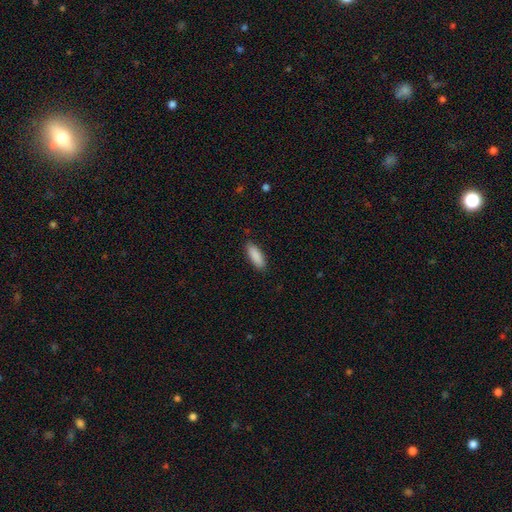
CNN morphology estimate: This is clearly a smooth galaxy (89%). How rounded: likely in between (63%). Merging: clearly none (87%).